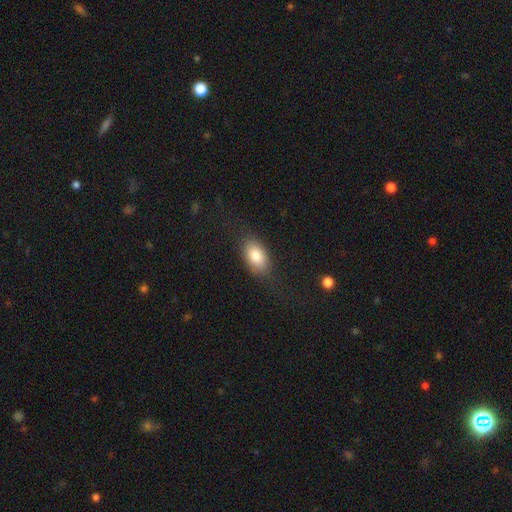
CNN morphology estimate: Smooth or featured? smooth (83%)
How rounded? in between (91%)
Merging? none (79%)